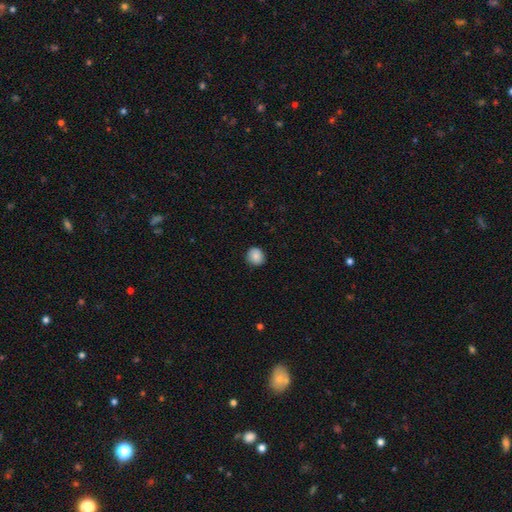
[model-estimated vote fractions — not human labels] This is clearly a smooth galaxy (85%). How rounded: clearly round (83%). Merging: clearly none (86%).